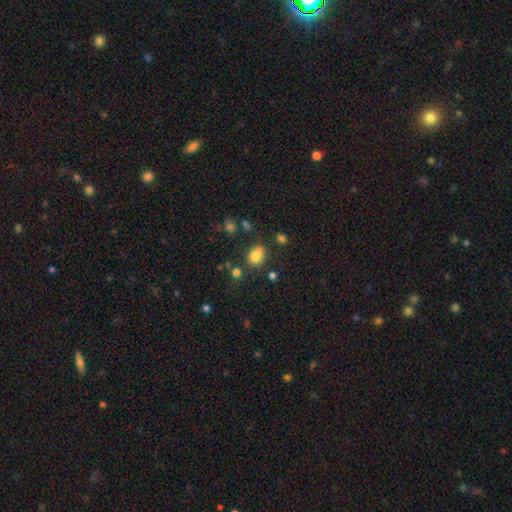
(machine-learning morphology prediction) The model was most divided on "how rounded": in between: 59%, round: 40%, cigar-shaped: 1%. More confident: smooth or featured — smooth (81%); merging — none (70%).